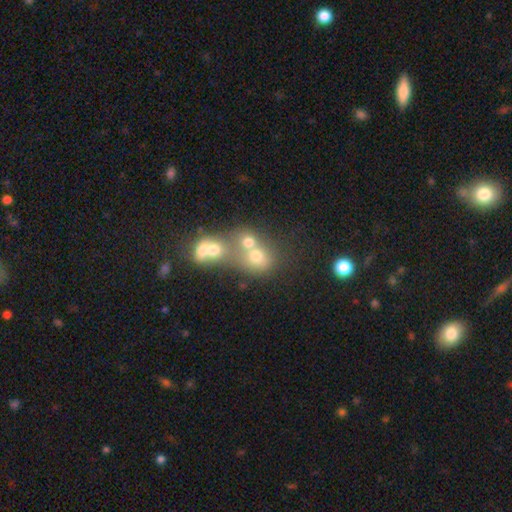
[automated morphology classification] smooth_or_featured: smooth (p=0.62) [alt: featured or disk p=0.21]
how_rounded: round (p=0.66) [alt: in between p=0.32]
merging: merger (p=0.57) [alt: none p=0.30]